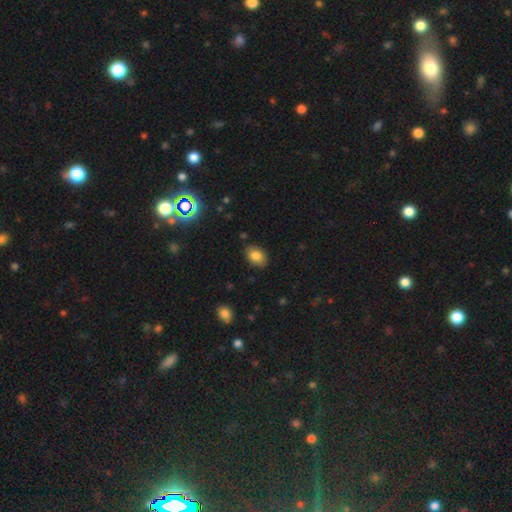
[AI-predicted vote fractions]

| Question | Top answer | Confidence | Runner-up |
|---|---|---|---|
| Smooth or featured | smooth | 82% | star or artifact (10%) |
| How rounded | in between | 76% | round (23%) |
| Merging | none | 83% | minor disturbance (13%) |